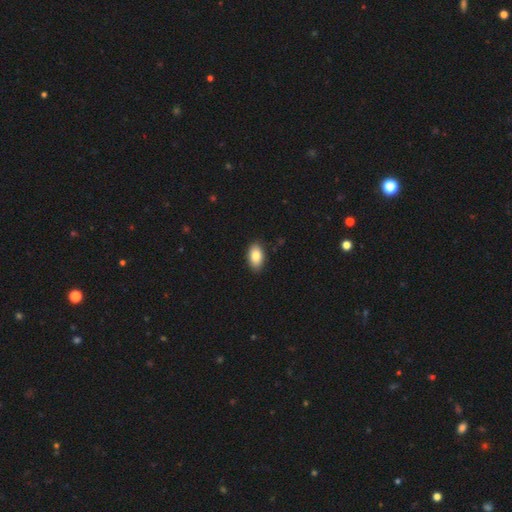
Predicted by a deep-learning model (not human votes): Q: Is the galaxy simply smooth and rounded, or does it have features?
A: smooth — 85%.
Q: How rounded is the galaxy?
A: in between — 93%.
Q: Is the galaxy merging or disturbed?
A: none — 88%.